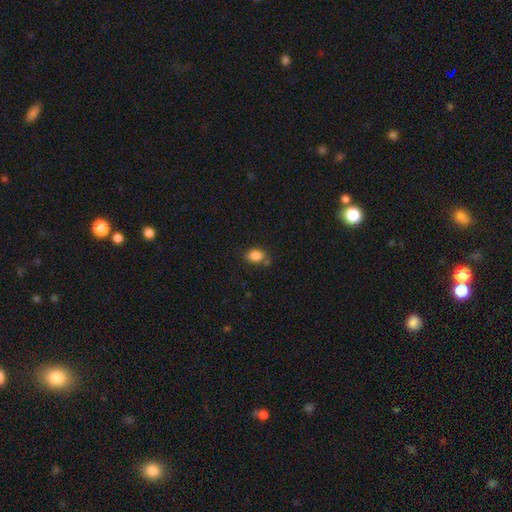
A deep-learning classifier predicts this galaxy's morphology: A smooth galaxy with no disk features (85%) that is in between round and cigar-shaped (74%).

Vote fractions:
- Smooth or featured? smooth: 85% / star or artifact: 10% / featured or disk: 6%
- How rounded? in between: 74% / round: 25% / cigar-shaped: 1%
- Merging? none: 70% / minor disturbance: 18% / merger: 8% / major disturbance: 4%